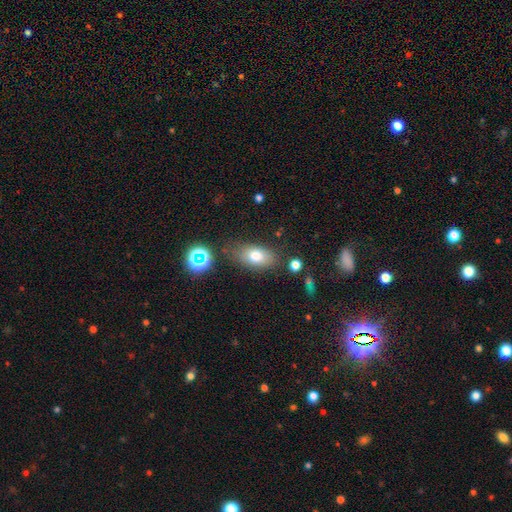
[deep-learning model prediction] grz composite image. It shows a smooth galaxy with no disk features (75%) that is in between round and cigar-shaped (85%). Merging: none (73%).